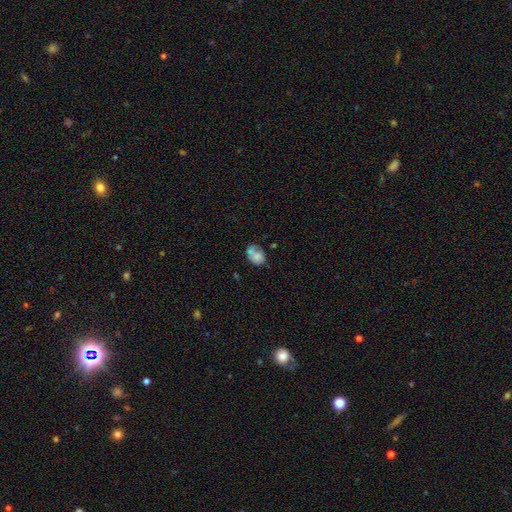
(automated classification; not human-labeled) Morphology: type=smooth (68%); roundness=in between (64%); merging=none (37%).